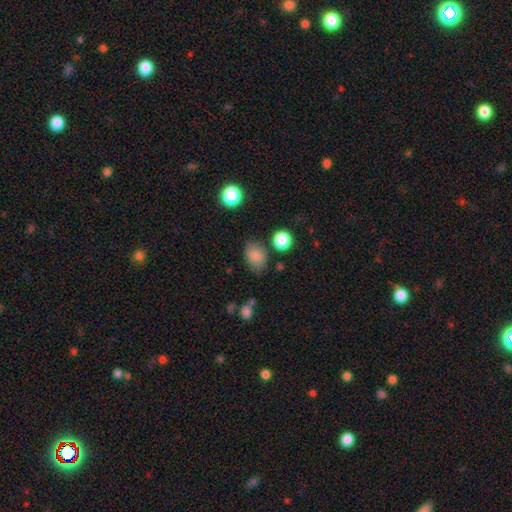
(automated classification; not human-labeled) A smooth galaxy with no disk features (83%) that is in between round and cigar-shaped (74%).

Vote fractions:
- Smooth or featured? smooth: 83% / star or artifact: 10% / featured or disk: 7%
- How rounded? in between: 74% / round: 25% / cigar-shaped: 1%
- Merging? none: 73% / minor disturbance: 18% / major disturbance: 5% / merger: 4%